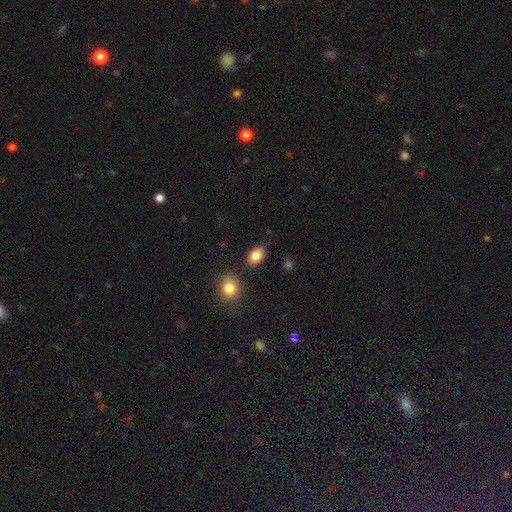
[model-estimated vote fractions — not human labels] smooth 86%, star or artifact 8%, featured or disk 6%. Down the decision tree: how rounded — in between (84%); merging — none (81%).